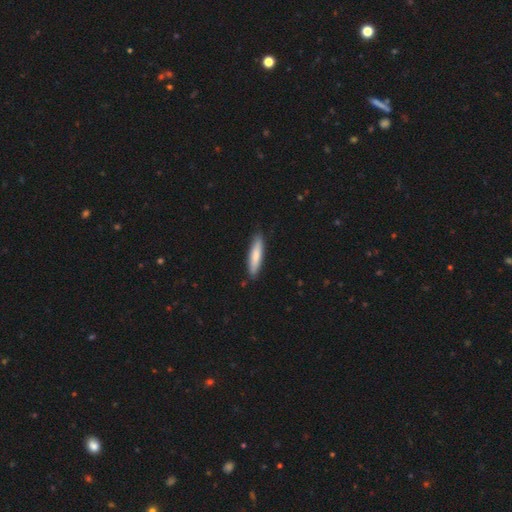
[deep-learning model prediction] This is likely a smooth galaxy (75%). How rounded: clearly cigar-shaped (81%). Merging: clearly none (86%).